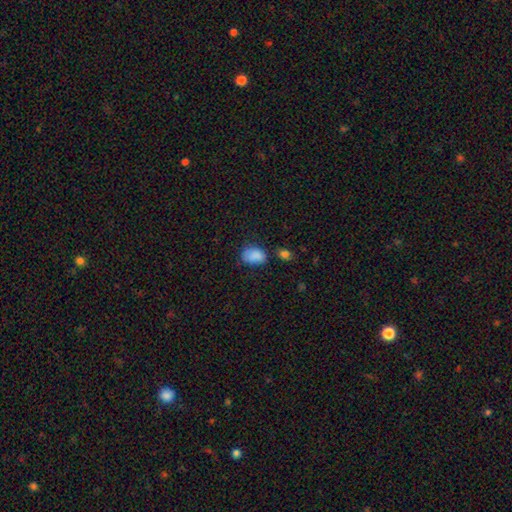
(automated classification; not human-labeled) Smooth or featured? Predicted: smooth (p=0.83). How rounded? Predicted: in between (p=0.81). Merging? Predicted: none (p=0.50).